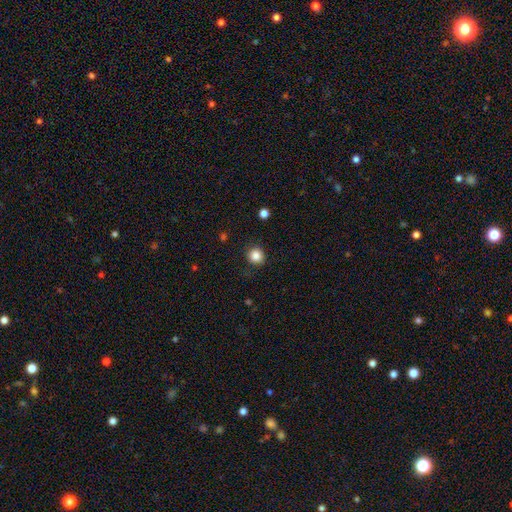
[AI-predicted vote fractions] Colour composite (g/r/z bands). It shows a smooth galaxy with no disk features (85%) that is round (91%). Merging: none (87%).